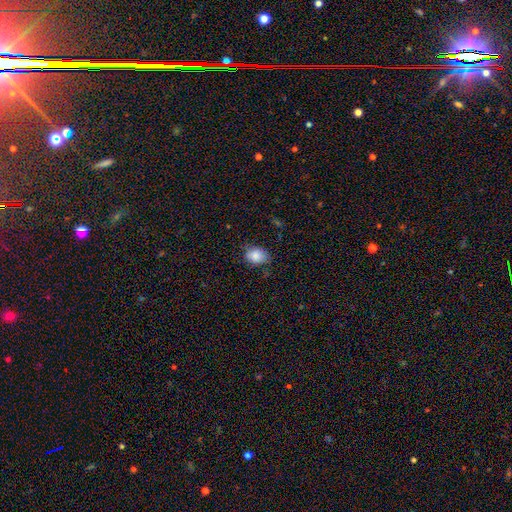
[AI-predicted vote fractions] smooth-or-featured: smooth: 86% | star or artifact: 8% | featured or disk: 6%
  how-rounded: in between: 64% | round: 35% | cigar-shaped: 1%
  merging: none: 72% | minor disturbance: 22% | major disturbance: 4% | merger: 2%